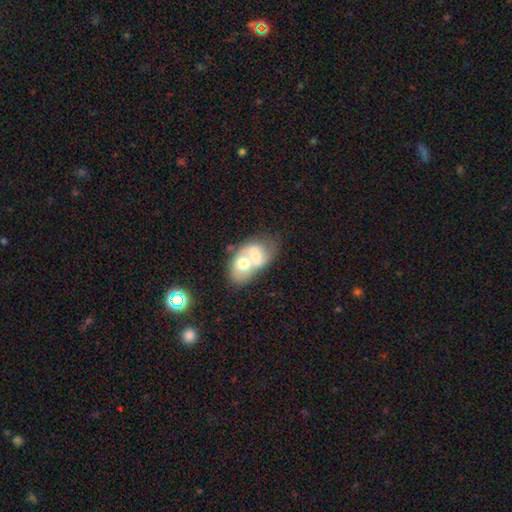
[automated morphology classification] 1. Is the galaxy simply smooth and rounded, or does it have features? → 51% smooth, 41% featured or disk, 7% star or artifact.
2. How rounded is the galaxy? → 78% in between, 20% round, 2% cigar-shaped.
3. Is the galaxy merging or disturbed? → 71% merger, 13% none, 8% minor disturbance, 8% major disturbance.